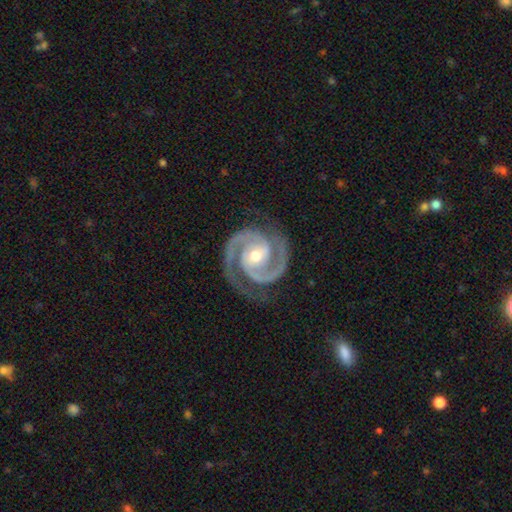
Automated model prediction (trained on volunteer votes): Smooth or featured? featured or disk (95%)
Edge-on disk? no (98%)
Bar? no (50%)
Spiral arms? yes (99%)
Spiral winding? tight (57%)
Spiral arm count? 2 (93%)
Bulge size? moderate (64%)
Merging? none (83%)